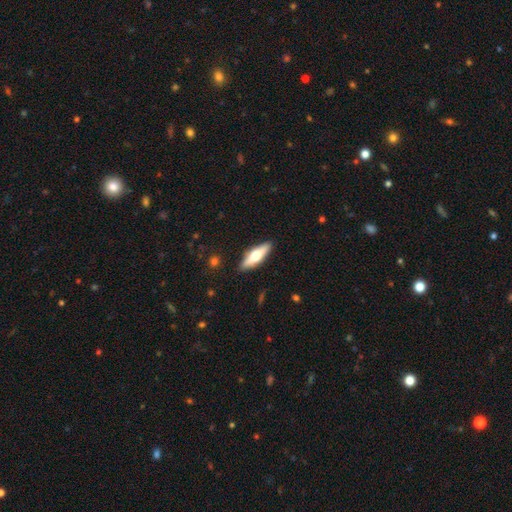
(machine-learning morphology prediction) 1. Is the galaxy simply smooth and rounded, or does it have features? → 50% smooth, 45% featured or disk, 5% star or artifact.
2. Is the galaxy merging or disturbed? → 89% none, 8% minor disturbance, 2% major disturbance, 1% merger.